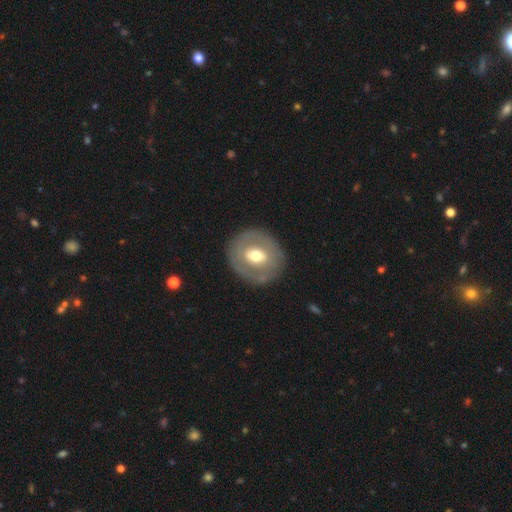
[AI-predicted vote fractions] Smooth or featured? featured or disk (51%)
Edge-on disk? no (93%)
Merging? none (84%)